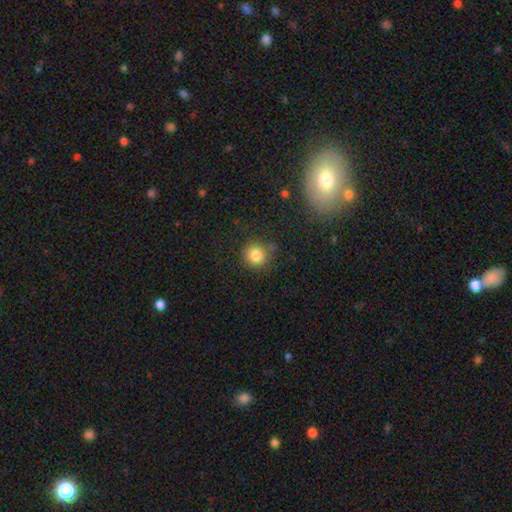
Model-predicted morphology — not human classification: Q: Smooth or featured?
A: smooth (83%); runner-up: star or artifact (11%)
Q: How rounded?
A: round (90%); runner-up: in between (9%)
Q: Merging?
A: none (83%); runner-up: minor disturbance (11%)